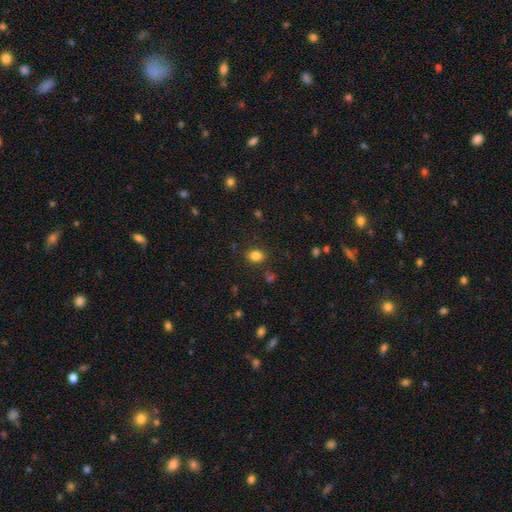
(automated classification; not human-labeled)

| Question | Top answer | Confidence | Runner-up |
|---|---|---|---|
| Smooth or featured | smooth | 83% | star or artifact (12%) |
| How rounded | in between | 54% | round (45%) |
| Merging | none | 83% | minor disturbance (11%) |